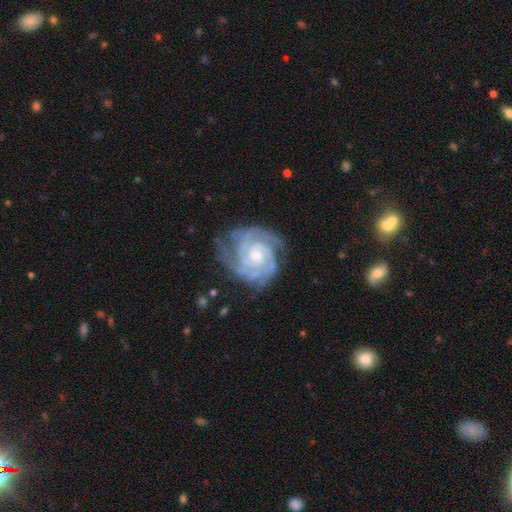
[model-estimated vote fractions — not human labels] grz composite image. It shows a featured or disk galaxy (93%) with no bar (67%), 3 (41%) tight (78%) spiral arms (99%) and a moderate central bulge (47%, tied with small). Merging: none (74%).